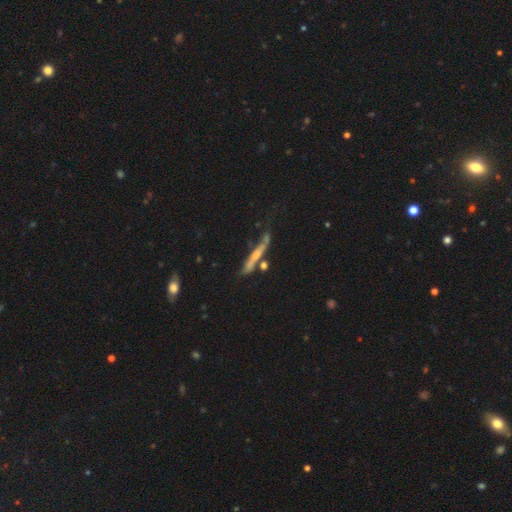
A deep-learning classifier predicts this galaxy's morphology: The model was most divided on "smooth or featured": featured or disk: 52%, smooth: 41%, star or artifact: 7%. More confident: edge-on disk — yes (81%); merging — none (53%).